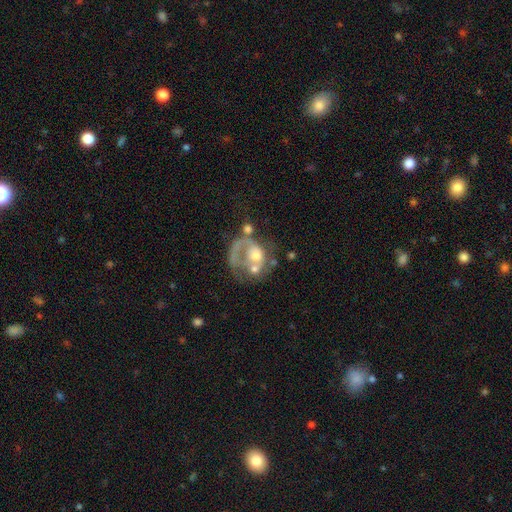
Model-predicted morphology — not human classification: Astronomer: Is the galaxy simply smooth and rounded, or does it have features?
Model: featured or disk — 66%.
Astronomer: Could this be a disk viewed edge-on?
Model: no — 98%.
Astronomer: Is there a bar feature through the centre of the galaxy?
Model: no — 84%.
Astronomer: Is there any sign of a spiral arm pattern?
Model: no — 55% (runner-up: yes, 45%).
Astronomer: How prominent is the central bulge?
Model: moderate — 52%.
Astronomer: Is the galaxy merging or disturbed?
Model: major disturbance — 34% (runner-up: merger, 27%).